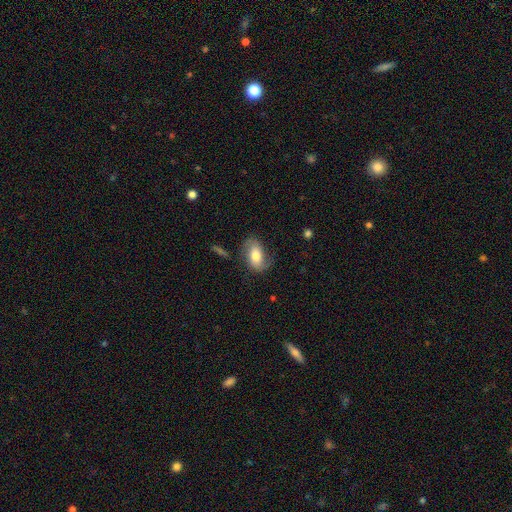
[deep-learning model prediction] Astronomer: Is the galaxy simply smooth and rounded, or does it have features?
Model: smooth — 48% (runner-up: featured or disk, 45%).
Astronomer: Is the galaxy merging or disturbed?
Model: none — 66%.